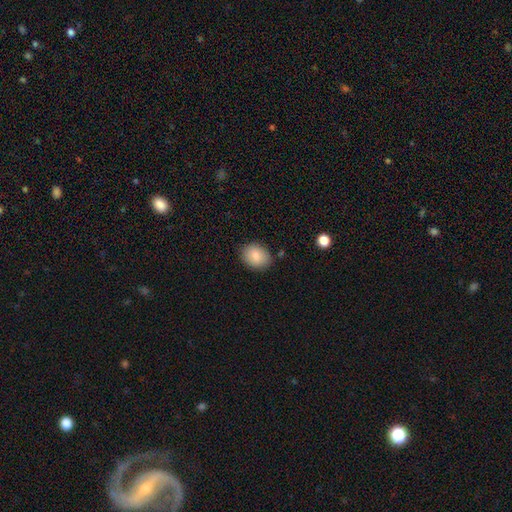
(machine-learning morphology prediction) Smooth or featured? smooth (83%)
How rounded? in between (51%)
Merging? none (84%)